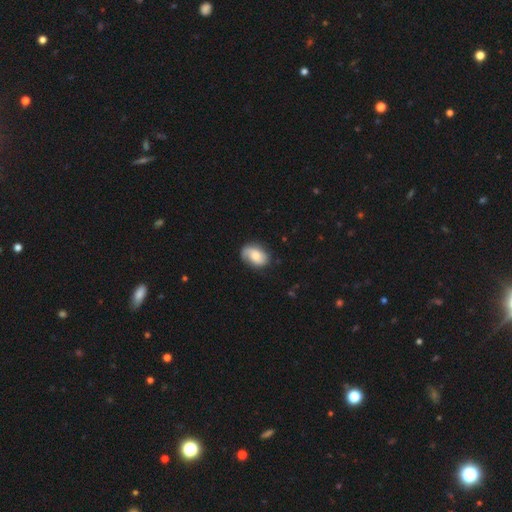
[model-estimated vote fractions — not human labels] This is possibly a smooth galaxy (47%). Merging: likely none (67%).